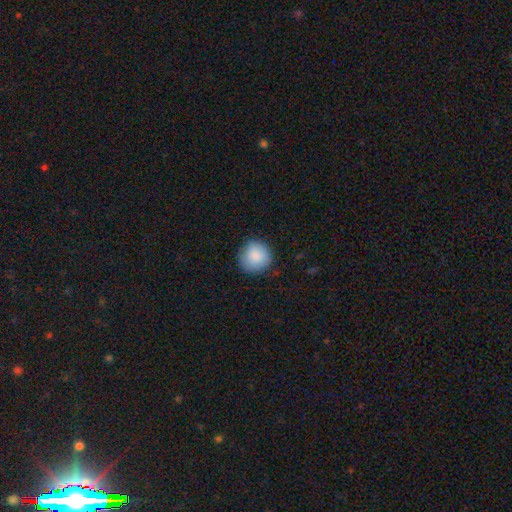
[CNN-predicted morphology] smooth 89%, star or artifact 7%, featured or disk 4%. Down the decision tree: how rounded — round (93%); merging — none (86%).